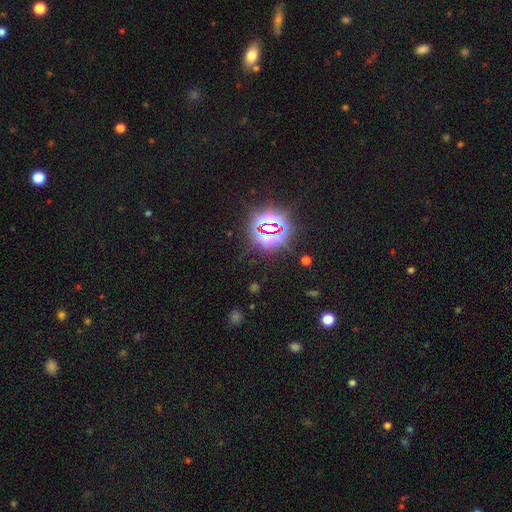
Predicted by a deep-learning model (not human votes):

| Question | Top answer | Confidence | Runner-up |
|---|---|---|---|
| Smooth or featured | star or artifact | 81% | smooth (13%) |